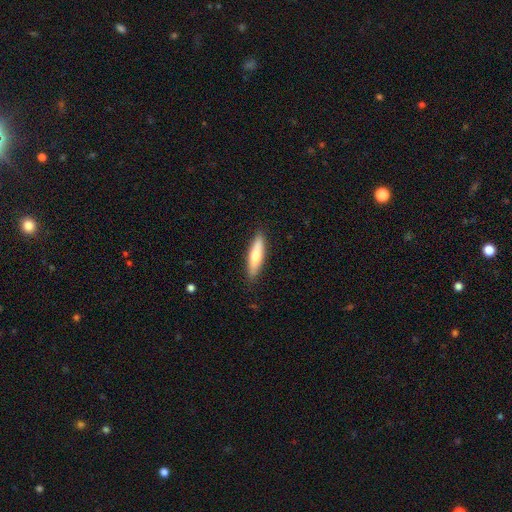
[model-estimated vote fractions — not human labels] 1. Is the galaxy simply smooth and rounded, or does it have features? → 66% smooth, 29% featured or disk, 5% star or artifact.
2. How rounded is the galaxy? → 73% cigar-shaped, 26% in between, 2% round.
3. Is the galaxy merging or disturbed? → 88% none, 9% minor disturbance, 2% major disturbance, 1% merger.